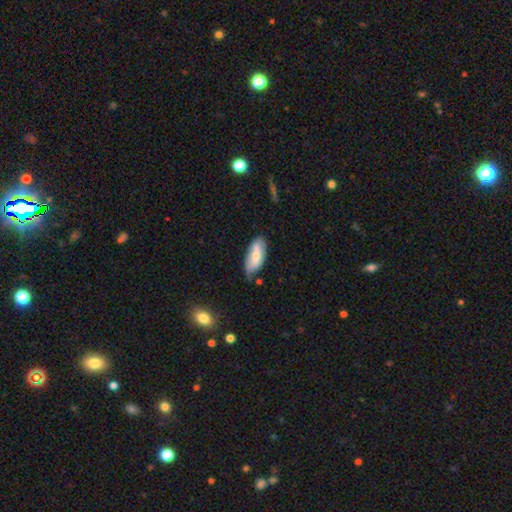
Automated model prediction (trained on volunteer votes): Q: Smooth or featured?
A: smooth (52%); runner-up: featured or disk (42%)
Q: How rounded?
A: in between (87%); runner-up: cigar-shaped (11%)
Q: Merging?
A: none (59%); runner-up: minor disturbance (32%)